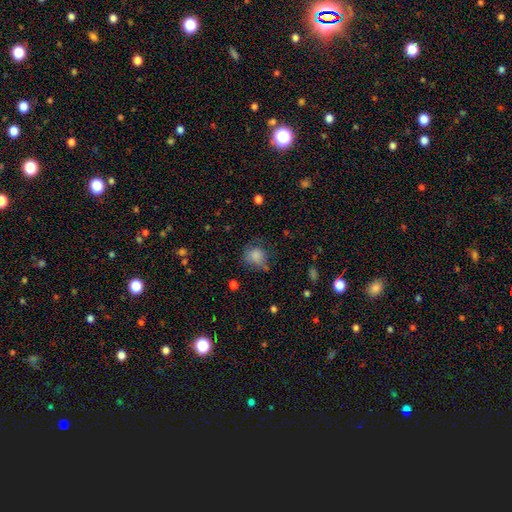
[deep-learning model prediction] smooth_or_featured: smooth (p=0.81) [alt: star or artifact p=0.10]
how_rounded: round (p=0.72) [alt: in between p=0.27]
merging: none (p=0.51) [alt: minor disturbance p=0.30]